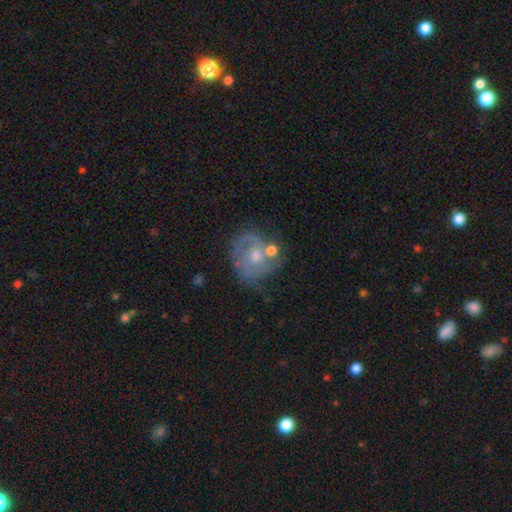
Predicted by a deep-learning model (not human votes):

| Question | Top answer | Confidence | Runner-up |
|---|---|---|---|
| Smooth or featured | featured or disk | 73% | smooth (19%) |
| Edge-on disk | no | 98% | yes (2%) |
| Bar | no | 74% | weak (23%) |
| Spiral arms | yes | 83% | no (17%) |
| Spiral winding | tight | 45% | medium (39%) |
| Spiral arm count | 2 | 43% | can't tell (26%) |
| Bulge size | moderate | 54% | small (39%) |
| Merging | none | 52% | minor disturbance (20%) |